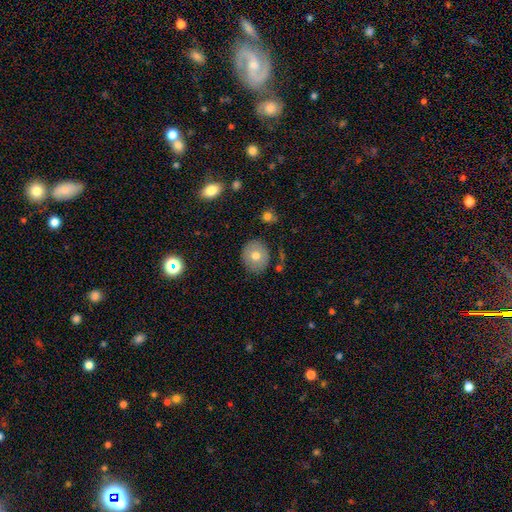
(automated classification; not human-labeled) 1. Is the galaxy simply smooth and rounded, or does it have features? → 71% smooth, 20% featured or disk, 9% star or artifact.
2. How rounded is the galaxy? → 78% round, 21% in between, 1% cigar-shaped.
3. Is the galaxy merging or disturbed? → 83% none, 11% minor disturbance, 3% major disturbance, 3% merger.